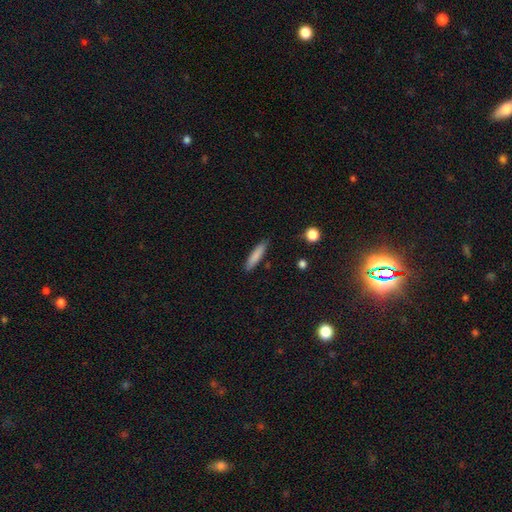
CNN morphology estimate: Overall: smooth (83%). How rounded: cigar-shaped (84%). Merging: none (86%).